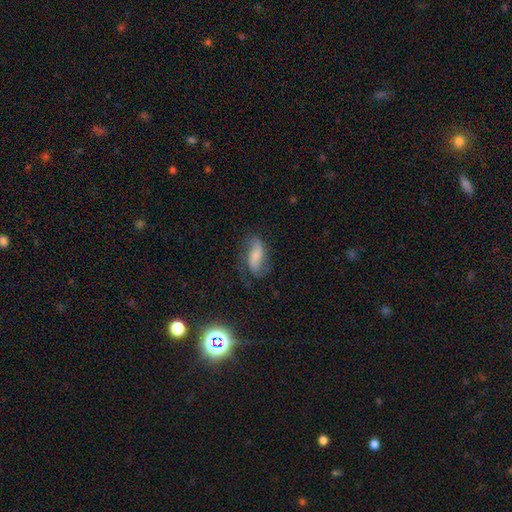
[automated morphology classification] smooth_or_featured: featured or disk (p=0.46) [alt: smooth p=0.44]
merging: none (p=0.60) [alt: minor disturbance p=0.24]